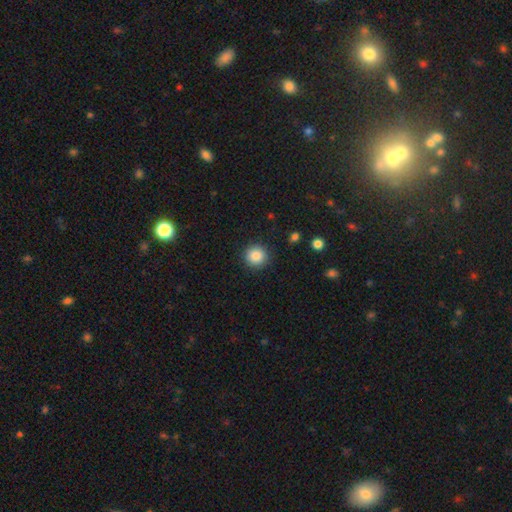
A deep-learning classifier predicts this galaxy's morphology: Smooth or featured? smooth (87%)
How rounded? round (94%)
Merging? none (91%)